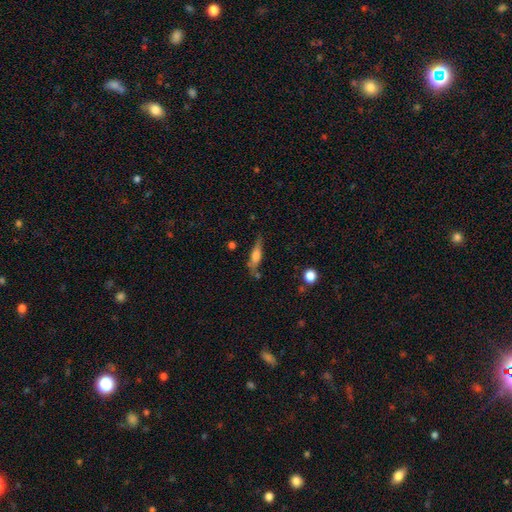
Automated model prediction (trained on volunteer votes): This is possibly a smooth galaxy (54%). How rounded: likely cigar-shaped (65%). Merging: likely none (66%).